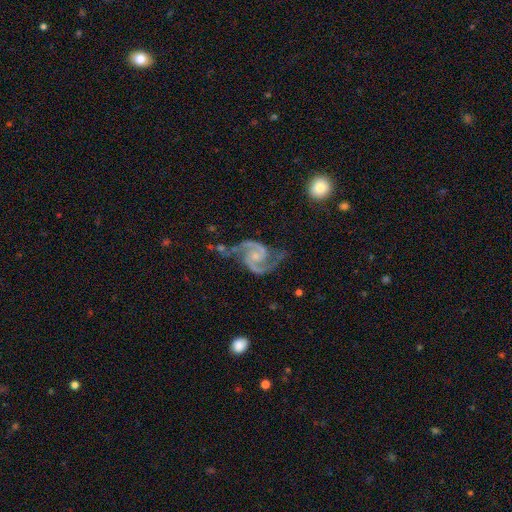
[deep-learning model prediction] A featured or disk galaxy (94%) with no bar (63%), 2 (94%) medium (63%) spiral arms (99%) and a small central bulge (62%).

Vote fractions:
- Smooth or featured? featured or disk: 94% / star or artifact: 4% / smooth: 3%
- Edge-on disk? no: 98% / yes: 2%
- Bar? no: 63% / weak: 30% / strong: 7%
- Spiral arms? yes: 99% / no: 1%
- Spiral winding? medium: 63% / tight: 20% / loose: 17%
- Spiral arm count? 2: 94% / 3: 2% / can't tell: 1% / 1: 1% / 4: 1% / more than 4: 1%
- Bulge size? small: 62% / moderate: 27% / none: 9% / large: 2% / dominant: 1%
- Merging? none: 65% / minor disturbance: 21% / major disturbance: 9% / merger: 4%